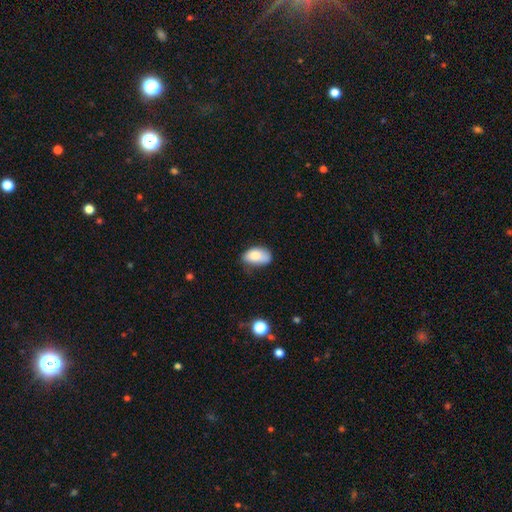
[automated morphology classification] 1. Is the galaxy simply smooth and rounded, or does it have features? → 82% smooth, 11% featured or disk, 8% star or artifact.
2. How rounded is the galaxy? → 92% in between, 7% round, 2% cigar-shaped.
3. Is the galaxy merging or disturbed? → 49% none, 37% minor disturbance, 10% major disturbance, 4% merger.